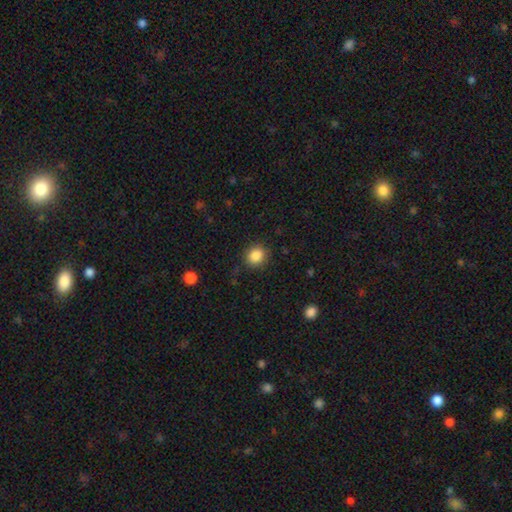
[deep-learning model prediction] Q: Smooth or featured?
A: smooth (86%); runner-up: star or artifact (10%)
Q: How rounded?
A: round (79%); runner-up: in between (20%)
Q: Merging?
A: none (85%); runner-up: minor disturbance (10%)